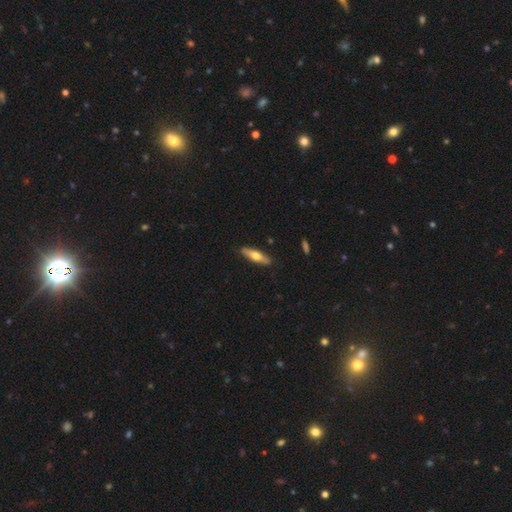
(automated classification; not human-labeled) A smooth galaxy with no disk features (54%) that is cigar-shaped (67%).

Vote fractions:
- Smooth or featured? smooth: 54% / featured or disk: 41% / star or artifact: 5%
- How rounded? cigar-shaped: 67% / in between: 31% / round: 2%
- Merging? none: 89% / minor disturbance: 8% / major disturbance: 2% / merger: 1%